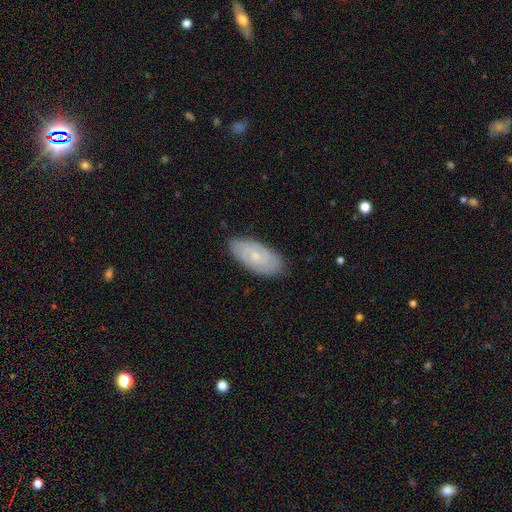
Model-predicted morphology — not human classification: Smooth or featured? Predicted: featured or disk (p=0.63). Edge-on disk? Predicted: no (p=0.92). Bar? Predicted: no (p=0.71). Spiral arms? Predicted: yes (p=0.83). Bulge size? Predicted: small (p=0.72). Merging? Predicted: none (p=0.84).